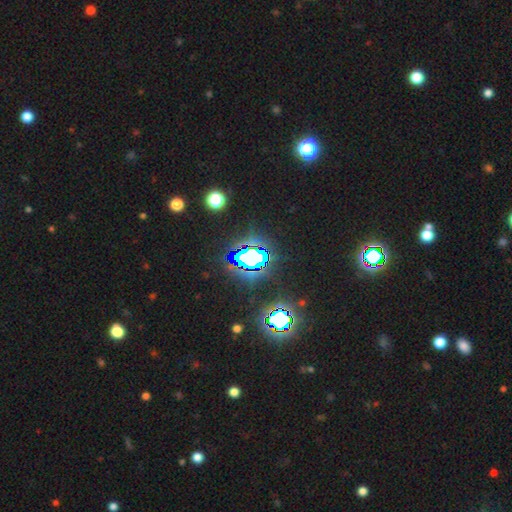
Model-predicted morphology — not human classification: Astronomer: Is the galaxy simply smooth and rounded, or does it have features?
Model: star or artifact — 75%.